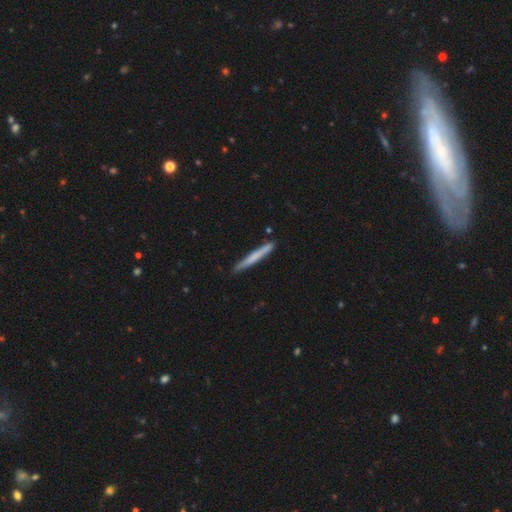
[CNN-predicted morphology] A smooth galaxy with no disk features (67%) that is cigar-shaped (97%). Merging: none (89%).